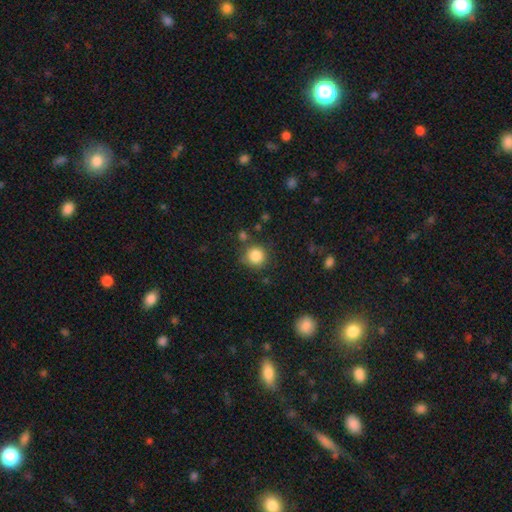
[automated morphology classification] type=smooth (84%); roundness=round (92%); merging=none (80%).